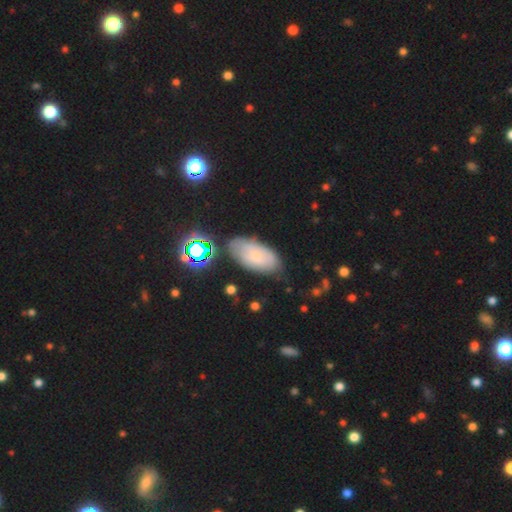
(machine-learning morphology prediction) A smooth galaxy with no disk features (61%) that is in between round and cigar-shaped (93%).

Vote fractions:
- Smooth or featured? smooth: 61% / featured or disk: 26% / star or artifact: 13%
- How rounded? in between: 93% / cigar-shaped: 4% / round: 3%
- Merging? none: 72% / minor disturbance: 19% / major disturbance: 5% / merger: 4%